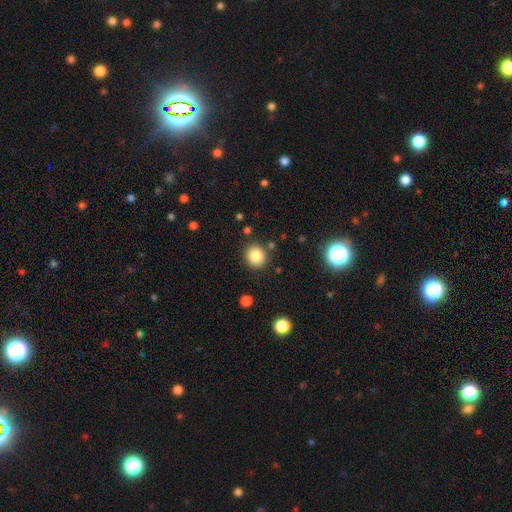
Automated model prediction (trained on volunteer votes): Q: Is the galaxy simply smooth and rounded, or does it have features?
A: smooth — 83%.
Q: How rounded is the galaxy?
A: round — 86%.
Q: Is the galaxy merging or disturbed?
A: none — 86%.